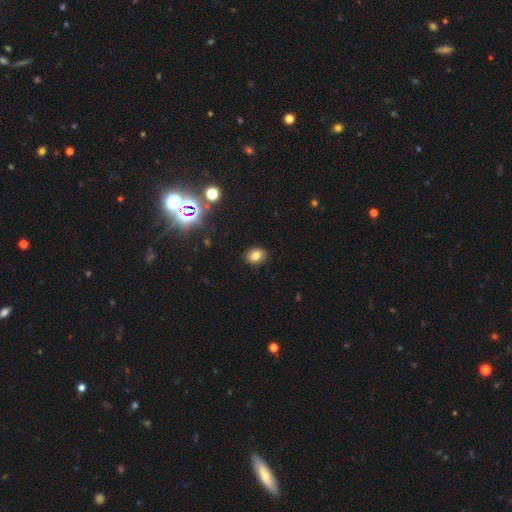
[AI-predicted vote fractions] Q: Smooth or featured?
A: smooth (78%); runner-up: star or artifact (14%)
Q: How rounded?
A: in between (50%); runner-up: round (49%)
Q: Merging?
A: none (89%); runner-up: minor disturbance (7%)